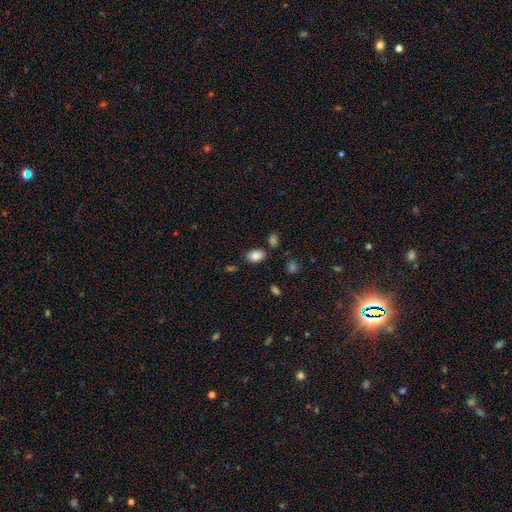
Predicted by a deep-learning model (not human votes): This is clearly a smooth galaxy (86%). How rounded: clearly in between (84%). Merging: likely none (79%).